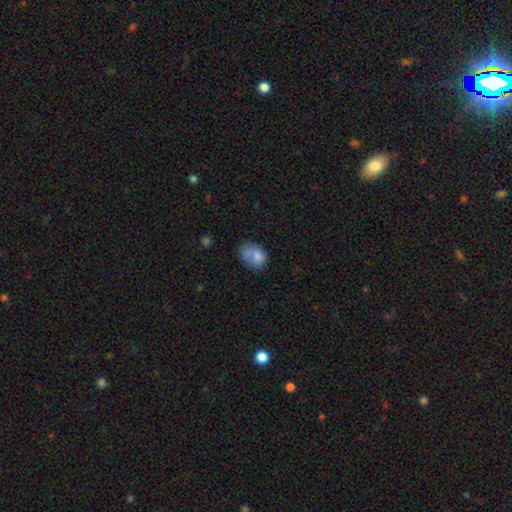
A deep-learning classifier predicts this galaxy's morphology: This appears to be a smooth galaxy with no disk features (68%) that is in between round and cigar-shaped (67%). Merging: none (42%).